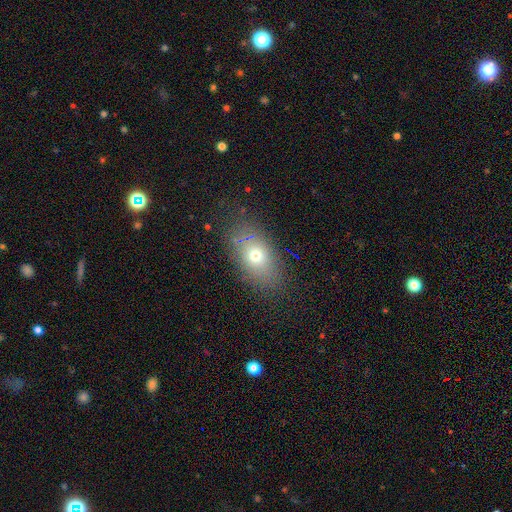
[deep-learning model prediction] The model was most divided on "smooth or featured": smooth: 70%, featured or disk: 17%, star or artifact: 13%. More confident: how rounded — in between (81%); merging — none (80%).